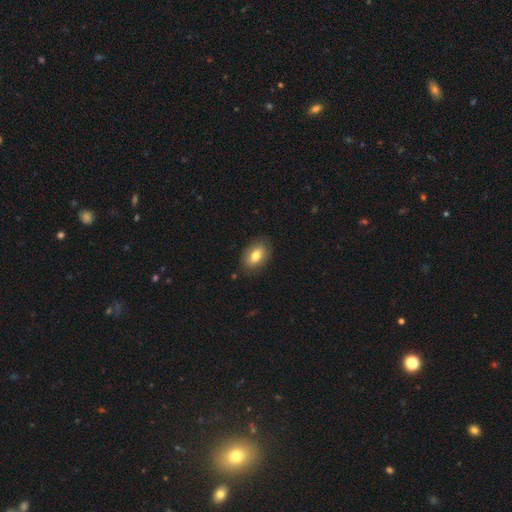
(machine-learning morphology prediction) Smooth or featured? Predicted: smooth (p=0.77). How rounded? Predicted: in between (p=0.85). Merging? Predicted: none (p=0.86).